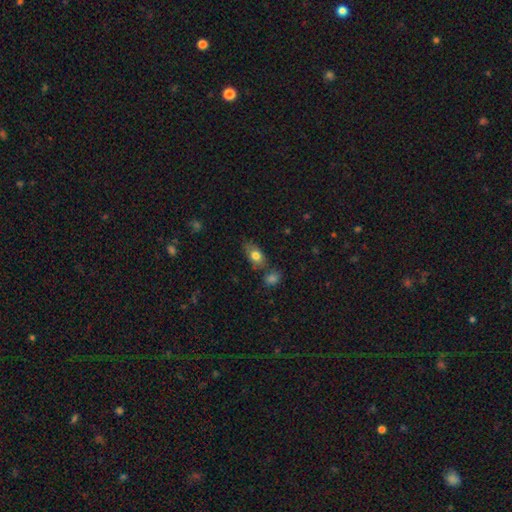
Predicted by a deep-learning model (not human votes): smooth-or-featured: smooth: 78% | featured or disk: 14% | star or artifact: 8%
  how-rounded: in between: 85% | round: 12% | cigar-shaped: 4%
  merging: none: 63% | minor disturbance: 20% | merger: 12% | major disturbance: 5%